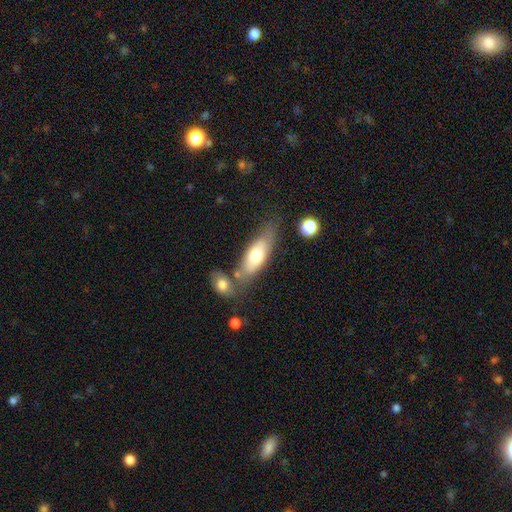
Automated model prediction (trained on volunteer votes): Smooth or featured?
  - smooth: 67% *
  - featured or disk: 27%
  - star or artifact: 6%
How rounded?
  - in between: 62% *
  - cigar-shaped: 35%
  - round: 2%
Merging?
  - none: 58% *
  - minor disturbance: 19%
  - merger: 17%
  - major disturbance: 6%